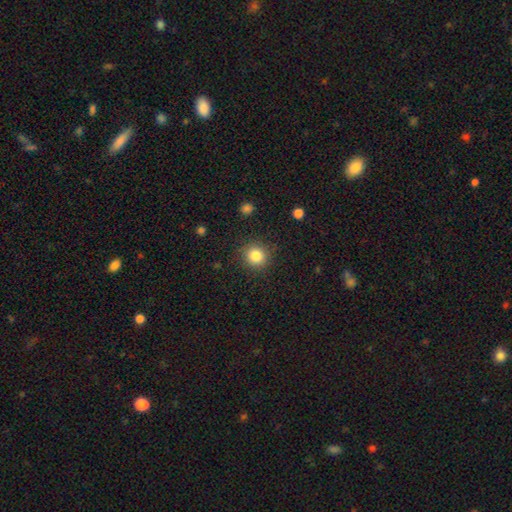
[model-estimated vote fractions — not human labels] The model was most divided on "smooth or featured": smooth: 83%, star or artifact: 11%, featured or disk: 6%. More confident: how rounded — round (92%); merging — none (88%).